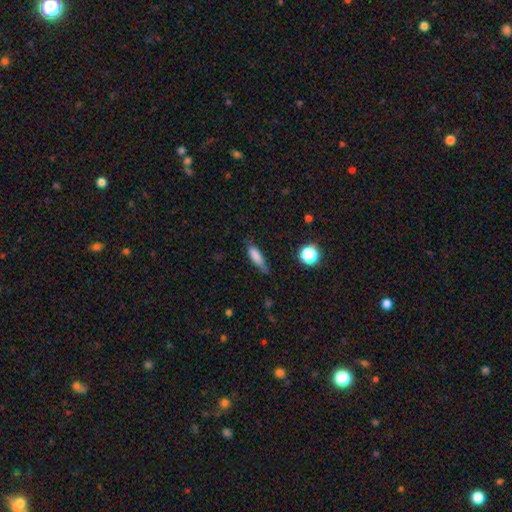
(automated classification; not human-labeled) A smooth galaxy with no disk features (79%) that is in between round and cigar-shaped (50%). Merging: none (52%).